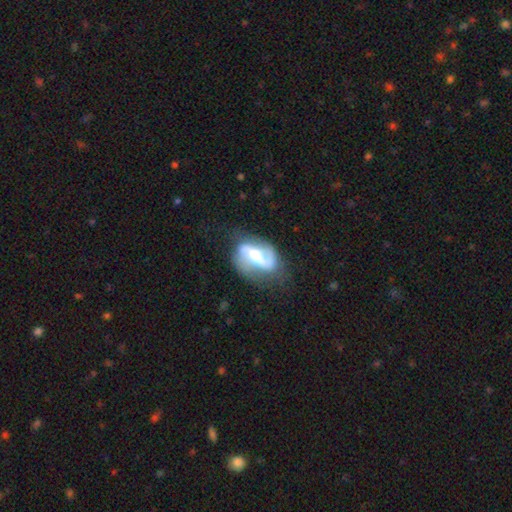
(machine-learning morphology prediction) Overall: featured or disk (82%). Edge-on disk: no (96%). Bar: weak (41%; strong 38%). Spiral arms: yes (92%). Spiral arm count: 2 (88%). Spiral winding: loose (48%; medium 40%). Bulge size: moderate (55%; large 24%). Merging: none (64%).